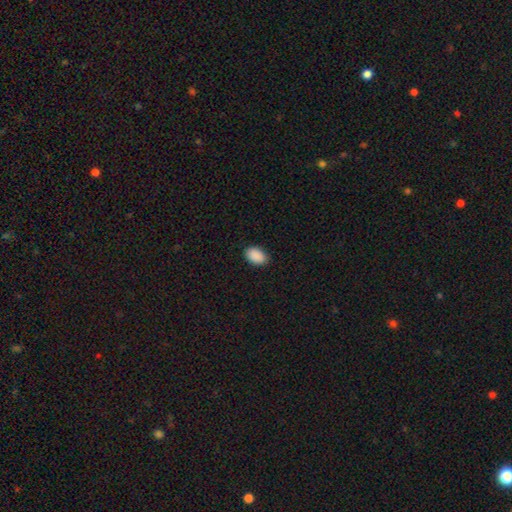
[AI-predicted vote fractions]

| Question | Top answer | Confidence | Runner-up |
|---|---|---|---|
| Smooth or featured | smooth | 91% | star or artifact (7%) |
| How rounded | in between | 86% | round (12%) |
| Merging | none | 88% | minor disturbance (9%) |